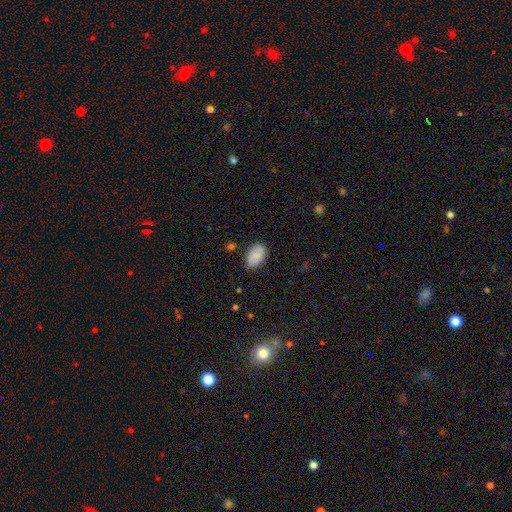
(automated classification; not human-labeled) Morphology: type=smooth (83%); roundness=in between (91%); merging=none (81%).